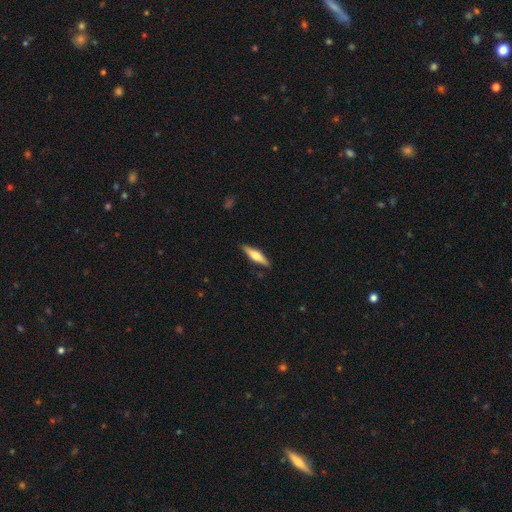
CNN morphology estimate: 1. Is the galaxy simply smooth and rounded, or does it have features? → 51% featured or disk, 43% smooth, 6% star or artifact.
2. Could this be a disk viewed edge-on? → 95% yes, 5% no.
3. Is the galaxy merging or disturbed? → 88% none, 9% minor disturbance, 2% major disturbance, 1% merger.